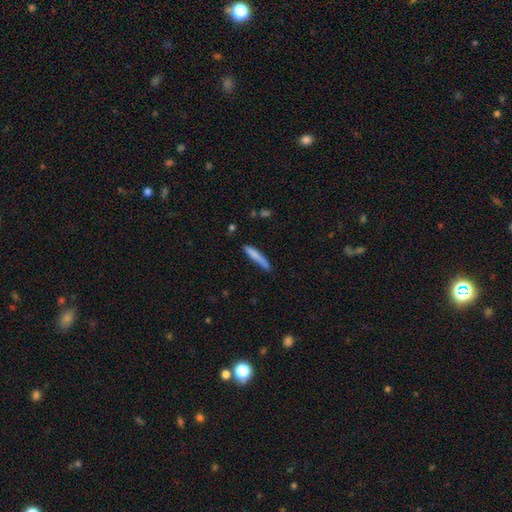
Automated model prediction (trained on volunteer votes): Morphology: type=smooth (78%); roundness=cigar-shaped (93%); merging=none (74%).